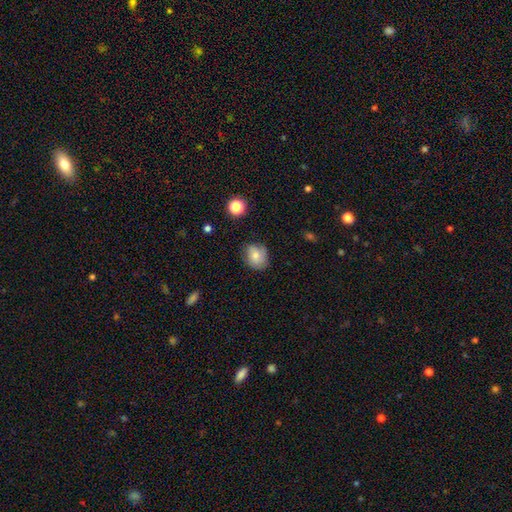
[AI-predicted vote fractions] Smooth or featured? smooth (70%)
How rounded? round (57%)
Merging? none (67%)